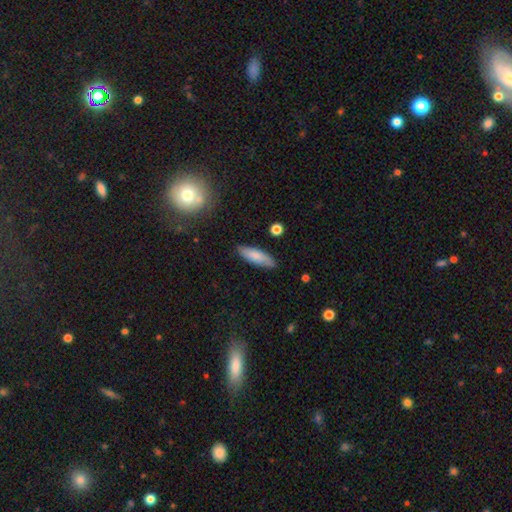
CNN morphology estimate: smooth_or_featured: smooth (p=0.79) [alt: featured or disk p=0.15]
how_rounded: in between (p=0.49) [tied with: cigar-shaped p=0.49]
merging: none (p=0.85) [alt: minor disturbance p=0.12]